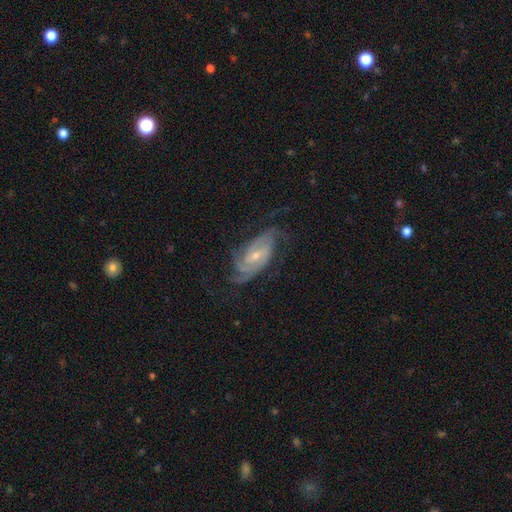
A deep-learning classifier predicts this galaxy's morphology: Overall: featured or disk (89%). Edge-on disk: no (95%). Bar: weak (42%; no 41%). Spiral arms: yes (98%). Spiral arm count: 2 (35%; 3 31%). Spiral winding: tight (50%; medium 40%). Bulge size: small (56%; moderate 41%). Merging: none (70%).